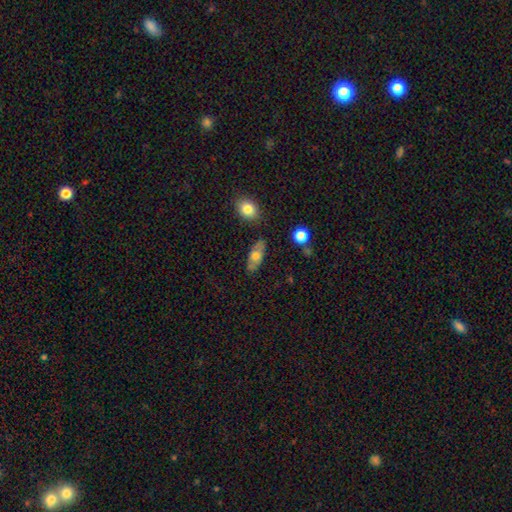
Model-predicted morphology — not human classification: Smooth or featured? smooth (61%)
How rounded? in between (81%)
Merging? none (79%)